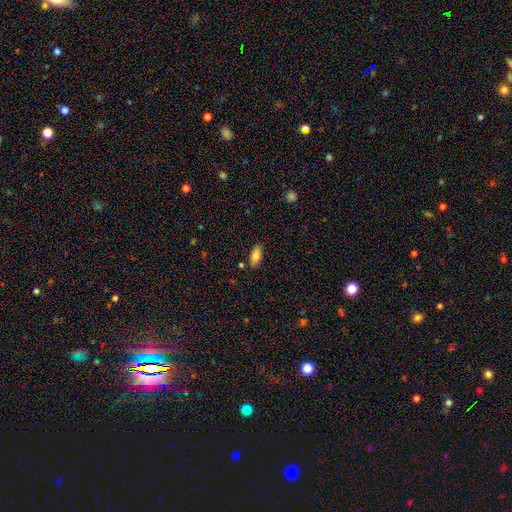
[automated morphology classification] The model was most divided on "smooth or featured": smooth: 81%, featured or disk: 11%, star or artifact: 7%. More confident: how rounded — in between (86%); merging — none (83%).